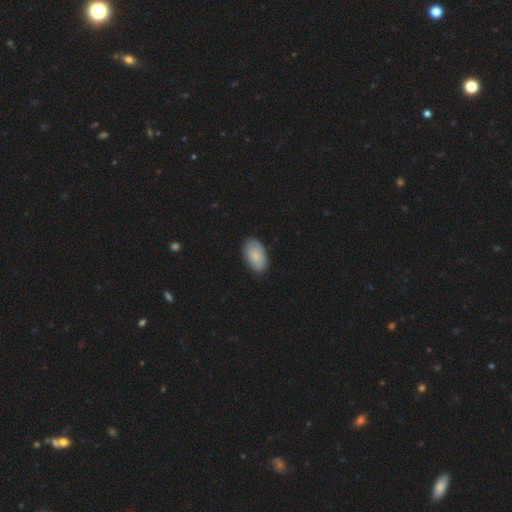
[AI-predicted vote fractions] Smooth or featured: smooth — 82% (featured or disk — 12%)
How rounded: in between — 93% (round — 6%)
Merging: none — 84% (minor disturbance — 12%)